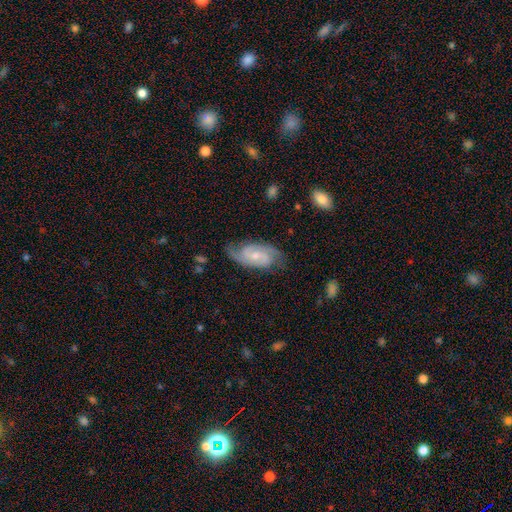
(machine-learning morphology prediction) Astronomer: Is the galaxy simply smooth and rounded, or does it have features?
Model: featured or disk — 85%.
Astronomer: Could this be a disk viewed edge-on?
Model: no — 96%.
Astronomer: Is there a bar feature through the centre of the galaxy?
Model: no — 49% (runner-up: weak, 41%).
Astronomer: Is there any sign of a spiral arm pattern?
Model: yes — 97%.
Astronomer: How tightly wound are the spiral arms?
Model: medium — 47% (runner-up: tight, 41%).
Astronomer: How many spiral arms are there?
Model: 2 — 83%.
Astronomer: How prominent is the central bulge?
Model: small — 58% (runner-up: moderate, 35%).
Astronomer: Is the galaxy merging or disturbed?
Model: none — 76%.